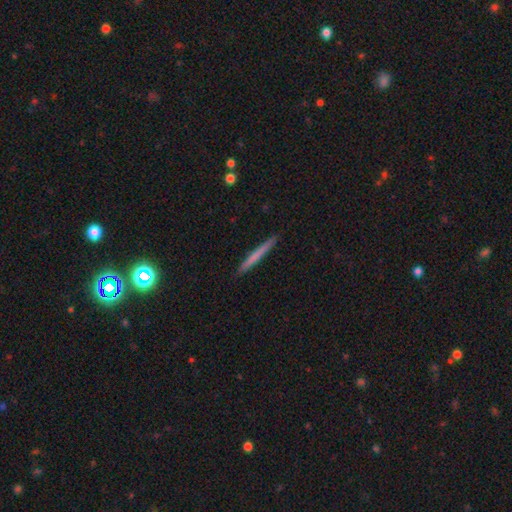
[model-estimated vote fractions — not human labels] Overall: smooth (63%; featured or disk 32%). How rounded: cigar-shaped (97%). Merging: none (92%).